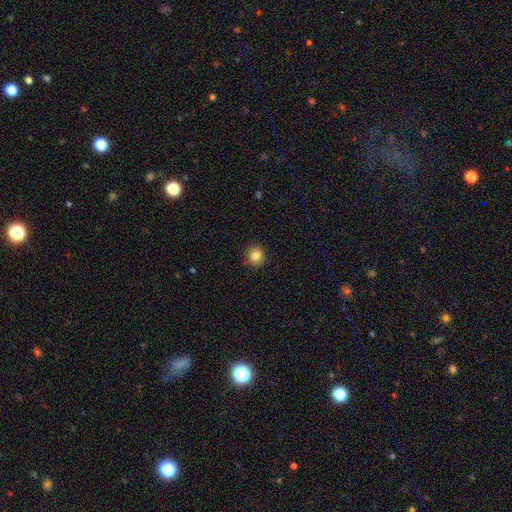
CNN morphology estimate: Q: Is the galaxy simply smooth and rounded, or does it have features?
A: smooth — 84%.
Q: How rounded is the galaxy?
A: round — 92%.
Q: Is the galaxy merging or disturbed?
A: none — 90%.